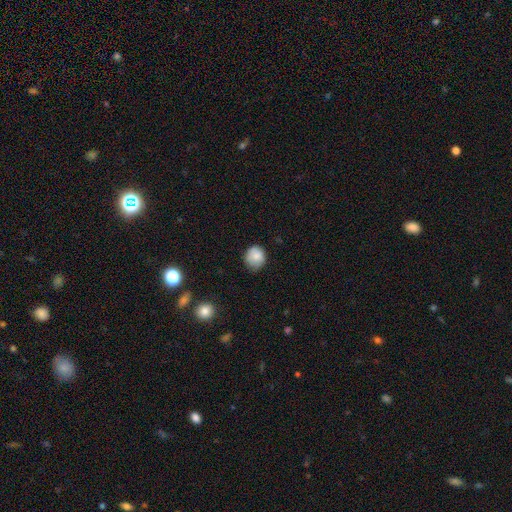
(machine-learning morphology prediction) smooth_or_featured: smooth (p=0.81) [alt: featured or disk p=0.11]
how_rounded: round (p=0.76) [alt: in between p=0.23]
merging: none (p=0.68) [alt: minor disturbance p=0.27]